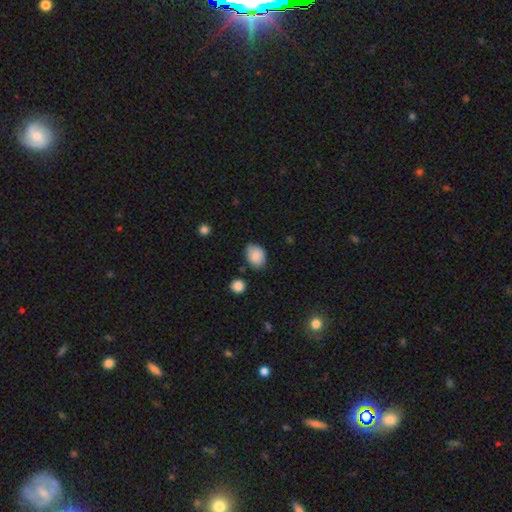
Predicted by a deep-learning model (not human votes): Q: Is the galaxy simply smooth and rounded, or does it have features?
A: smooth — 86%.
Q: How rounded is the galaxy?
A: in between — 72%.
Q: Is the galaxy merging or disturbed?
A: none — 72%.